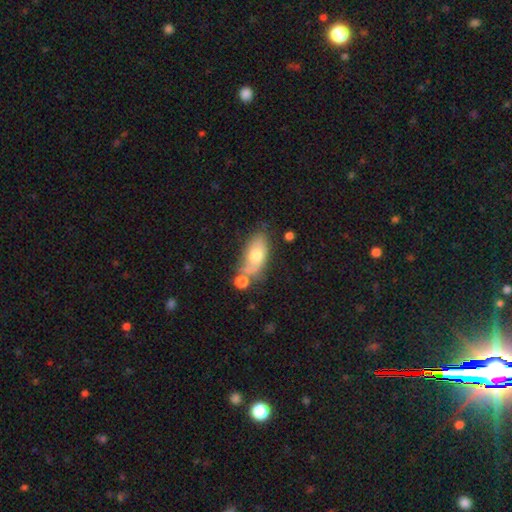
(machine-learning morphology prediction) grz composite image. It shows a smooth galaxy with no disk features (66%) that is in between round and cigar-shaped (88%). Merging: none (54%).